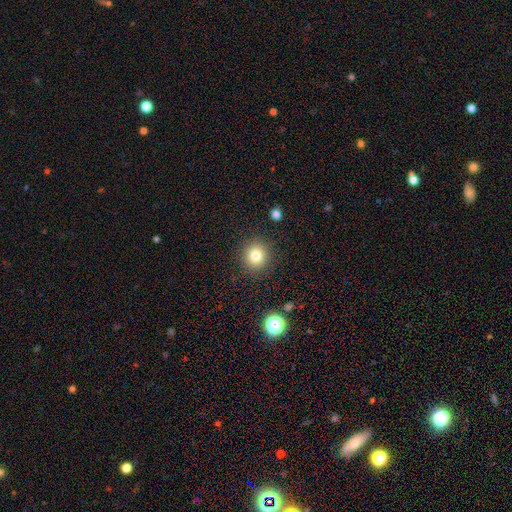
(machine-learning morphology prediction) type=smooth (80%); roundness=round (91%); merging=none (89%).